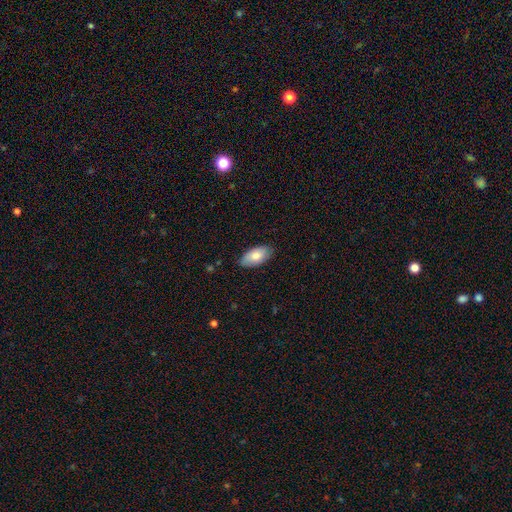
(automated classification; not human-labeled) The model was most divided on "smooth or featured": smooth: 78%, featured or disk: 16%, star or artifact: 6%. More confident: how rounded — in between (95%); merging — none (85%).